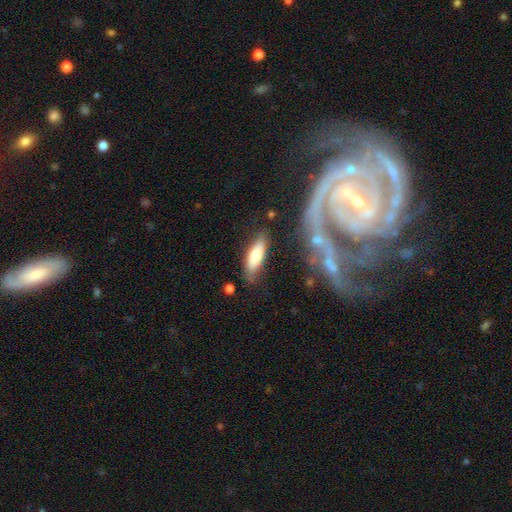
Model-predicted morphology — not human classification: A smooth galaxy with no disk features (71%) that is in between round and cigar-shaped (57%).

Vote fractions:
- Smooth or featured? smooth: 71% / featured or disk: 23% / star or artifact: 6%
- How rounded? in between: 57% / cigar-shaped: 41% / round: 2%
- Merging? none: 76% / minor disturbance: 16% / major disturbance: 4% / merger: 4%